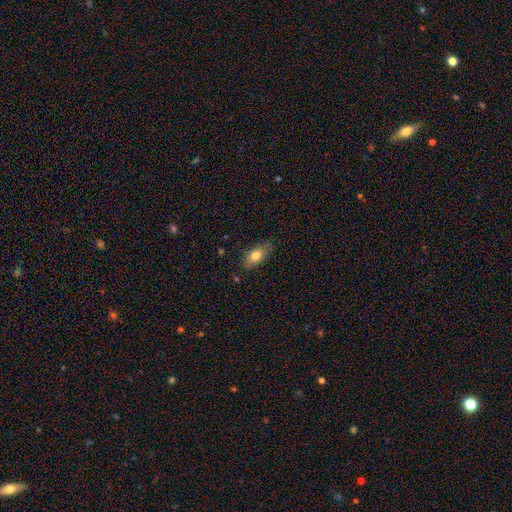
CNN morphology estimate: This is likely a smooth galaxy (78%). How rounded: clearly in between (86%). Merging: likely none (75%).